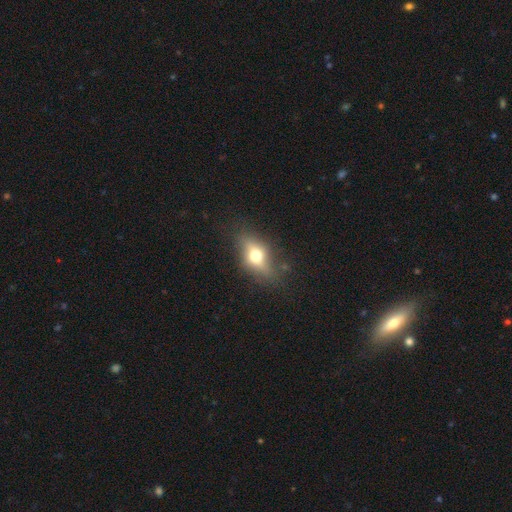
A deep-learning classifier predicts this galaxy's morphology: Overall: smooth (55%; featured or disk 35%). How rounded: in between (72%). Merging: none (76%).